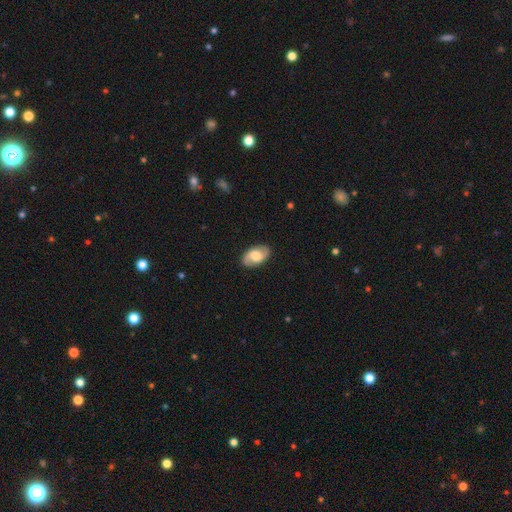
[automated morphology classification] This is likely a featured or disk galaxy (60%). It is clearly not viewed edge-on (95%). Bar: possibly no (56%). Spiral arm pattern: clearly yes (86%). Central bulge: possibly moderate (45%). Merging: clearly none (86%).